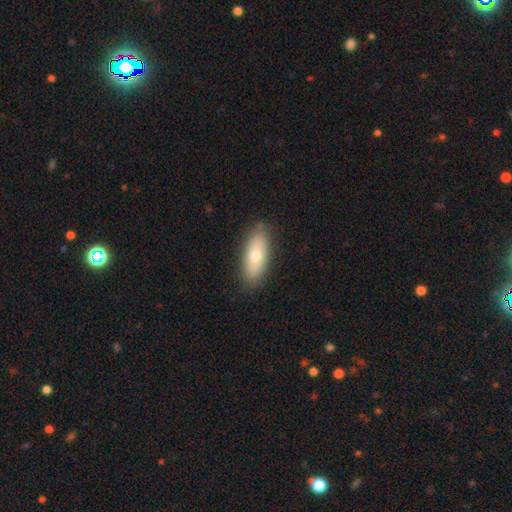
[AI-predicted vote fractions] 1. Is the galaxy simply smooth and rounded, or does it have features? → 68% smooth, 26% featured or disk, 6% star or artifact.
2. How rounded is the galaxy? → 76% in between, 21% cigar-shaped, 3% round.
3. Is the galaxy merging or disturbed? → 86% none, 11% minor disturbance, 2% major disturbance, 1% merger.